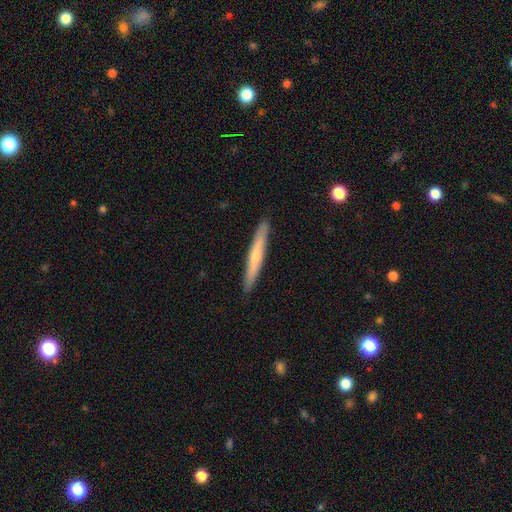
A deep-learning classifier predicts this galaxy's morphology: This is possibly a featured or disk galaxy (48%). Merging: clearly none (91%).